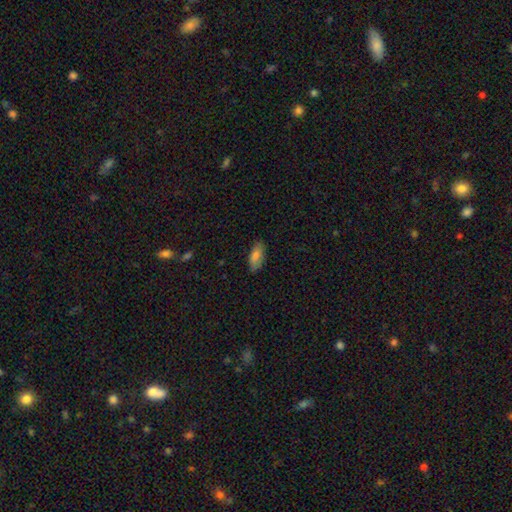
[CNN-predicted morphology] smooth_or_featured: smooth (p=0.81) [alt: featured or disk p=0.12]
how_rounded: in between (p=0.82) [alt: cigar-shaped p=0.16]
merging: none (p=0.83) [alt: minor disturbance p=0.13]